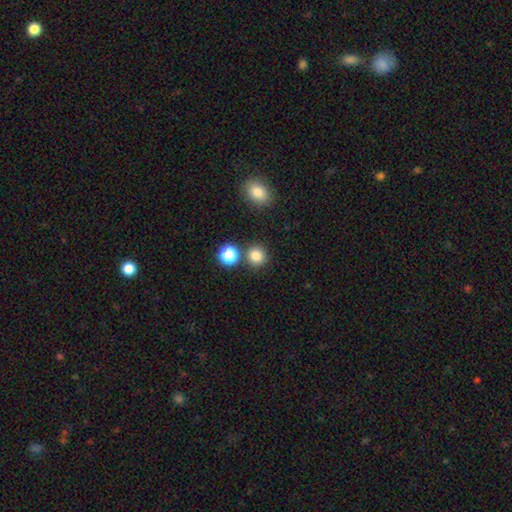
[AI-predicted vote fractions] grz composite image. It shows a smooth galaxy with no disk features (81%) that is round (89%). Merging: none (82%).